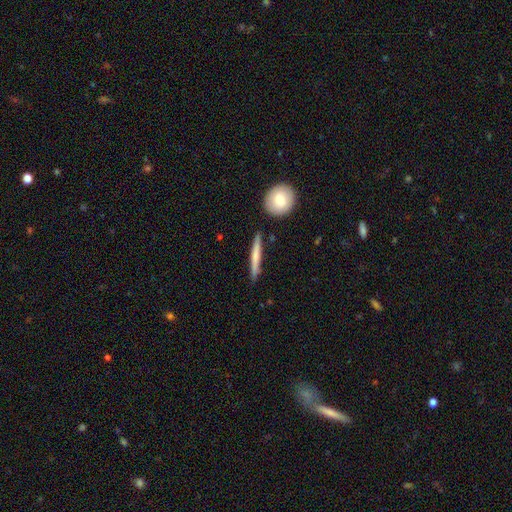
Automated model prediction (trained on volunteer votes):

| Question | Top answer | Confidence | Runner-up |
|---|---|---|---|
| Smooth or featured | smooth | 62% | featured or disk (33%) |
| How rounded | cigar-shaped | 94% | in between (4%) |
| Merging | none | 85% | minor disturbance (10%) |